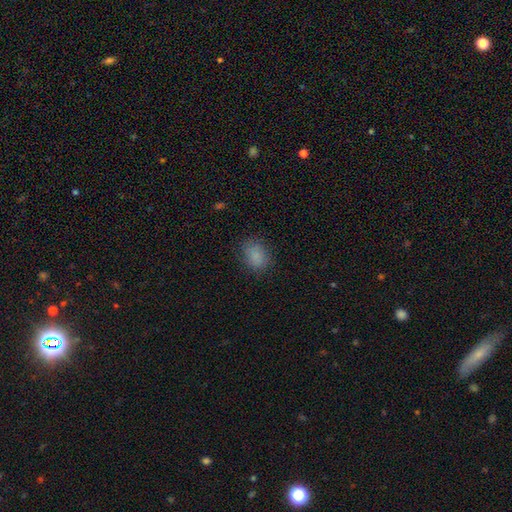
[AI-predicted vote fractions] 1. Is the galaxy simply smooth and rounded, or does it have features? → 83% smooth, 11% star or artifact, 6% featured or disk.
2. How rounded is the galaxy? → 51% in between, 48% round, 1% cigar-shaped.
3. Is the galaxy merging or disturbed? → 78% none, 15% minor disturbance, 5% major disturbance, 1% merger.